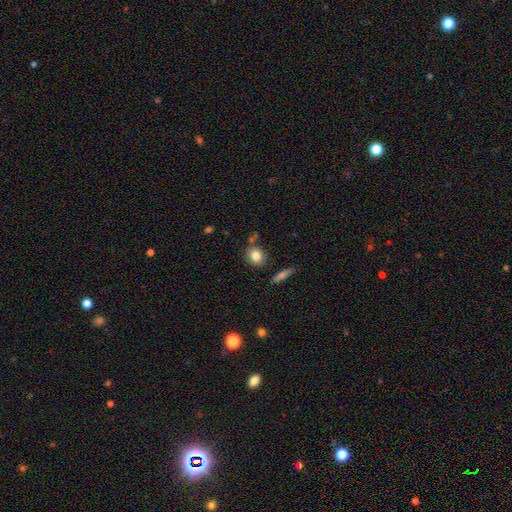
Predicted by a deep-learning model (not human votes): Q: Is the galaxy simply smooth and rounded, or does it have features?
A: smooth — 82%.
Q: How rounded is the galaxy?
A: round — 66%.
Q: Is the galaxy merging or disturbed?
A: none — 77%.